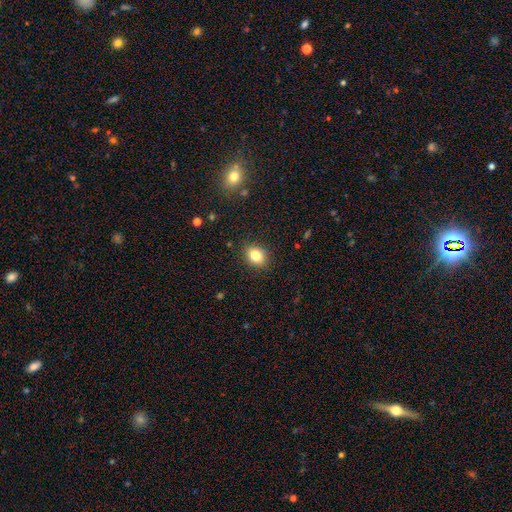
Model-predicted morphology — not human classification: Smooth or featured?
  - smooth: 83% *
  - star or artifact: 10%
  - featured or disk: 7%
How rounded?
  - in between: 58% *
  - round: 41%
  - cigar-shaped: 1%
Merging?
  - none: 88% *
  - minor disturbance: 9%
  - major disturbance: 2%
  - merger: 1%